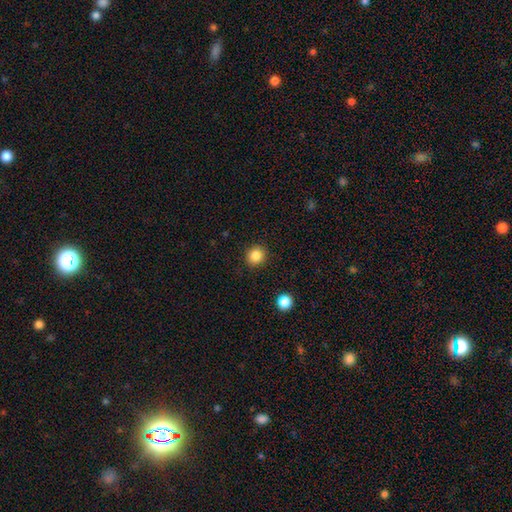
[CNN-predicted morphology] smooth-or-featured: smooth: 85% | star or artifact: 11% | featured or disk: 4%
  how-rounded: round: 86% | in between: 13% | cigar-shaped: 1%
  merging: none: 90% | minor disturbance: 6% | major disturbance: 2% | merger: 1%